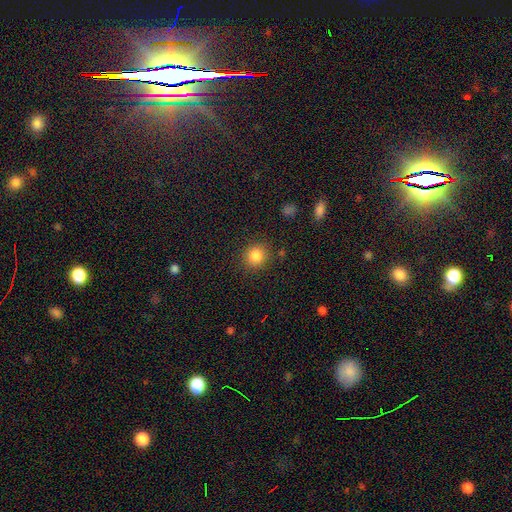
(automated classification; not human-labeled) The model was most divided on "smooth or featured": smooth: 84%, star or artifact: 11%, featured or disk: 5%. More confident: how rounded — round (88%); merging — none (87%).